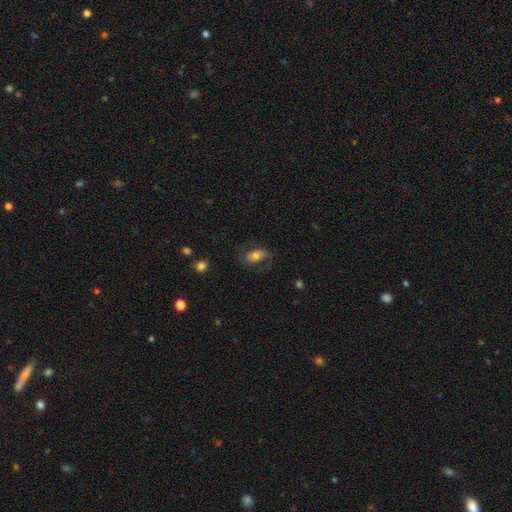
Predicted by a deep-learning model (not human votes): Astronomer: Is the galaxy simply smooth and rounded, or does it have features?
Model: smooth — 49% (runner-up: featured or disk, 42%).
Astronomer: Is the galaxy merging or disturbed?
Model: none — 64%.